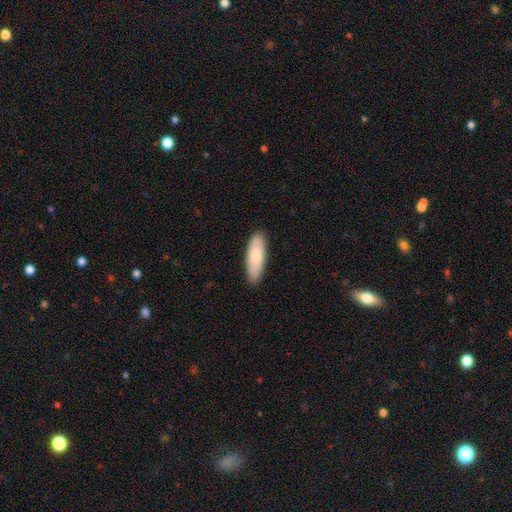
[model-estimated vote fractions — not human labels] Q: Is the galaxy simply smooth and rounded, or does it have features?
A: smooth — 75%.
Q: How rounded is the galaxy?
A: in between — 64%.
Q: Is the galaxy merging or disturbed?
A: none — 87%.